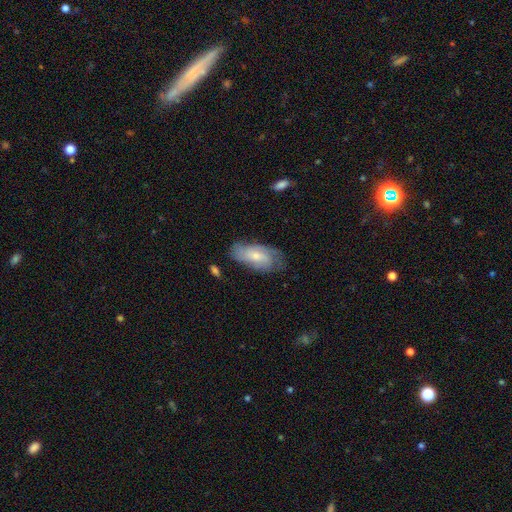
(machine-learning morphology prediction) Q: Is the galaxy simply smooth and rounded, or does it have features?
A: featured or disk — 50%.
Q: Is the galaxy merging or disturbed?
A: none — 59%.